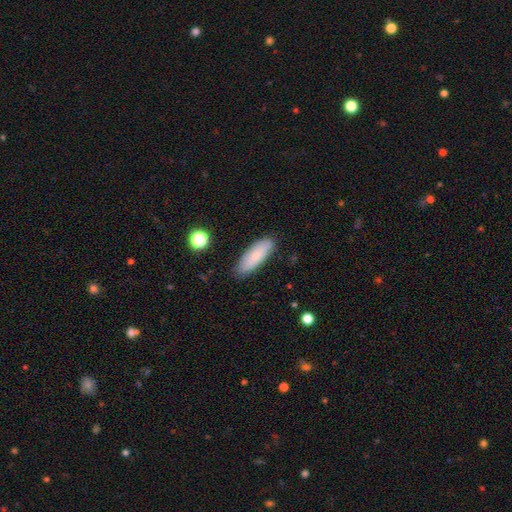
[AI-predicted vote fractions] A smooth galaxy with no disk features (76%) that is in between round and cigar-shaped (63%). Merging: none (83%).